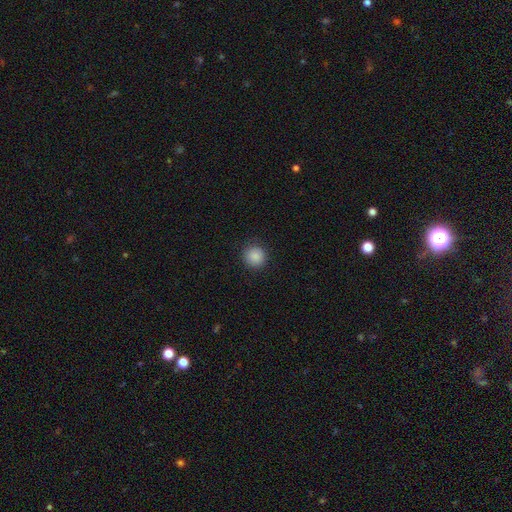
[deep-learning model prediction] Overall: smooth (88%). How rounded: round (94%). Merging: none (90%).